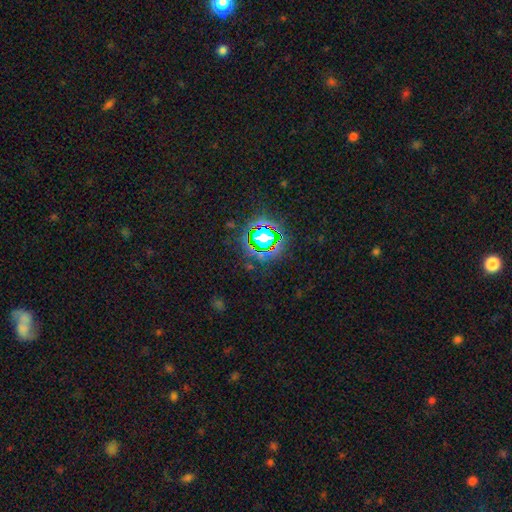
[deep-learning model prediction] Smooth or featured?
  - star or artifact: 80% *
  - smooth: 13%
  - featured or disk: 7%